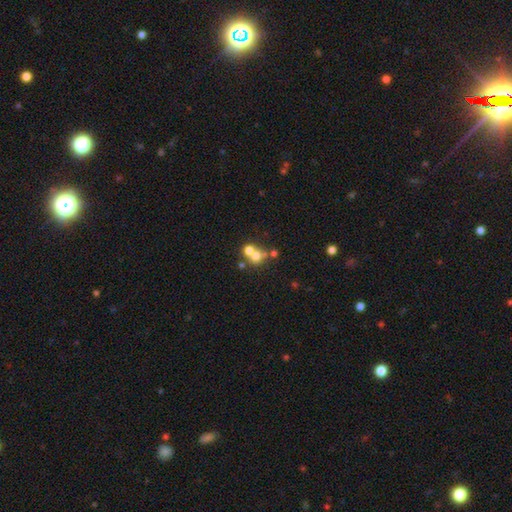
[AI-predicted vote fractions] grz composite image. It shows a smooth galaxy with no disk features (63%) that is round (82%). Merging: merger (52%).